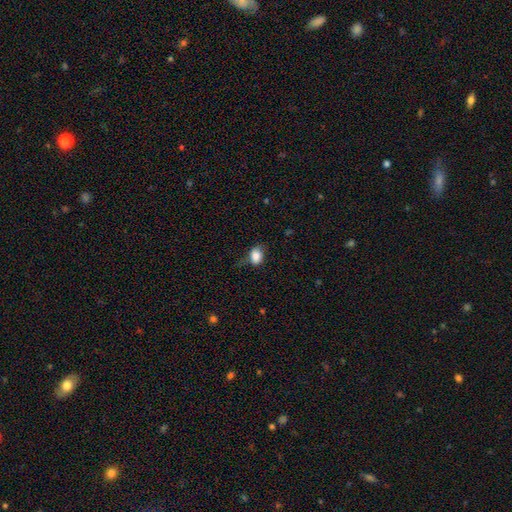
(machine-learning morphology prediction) type=smooth (84%); roundness=in between (71%); merging=none (62%).